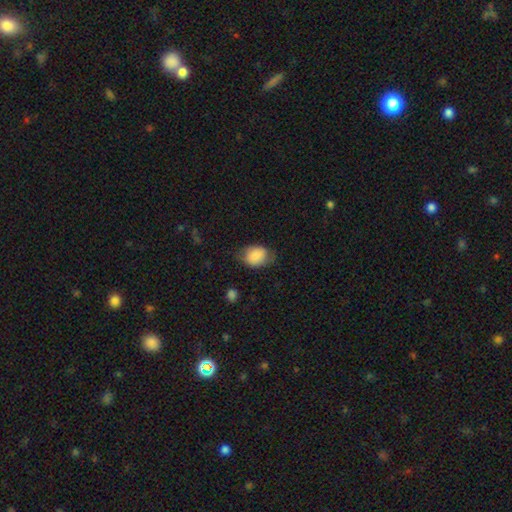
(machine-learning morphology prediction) A smooth galaxy with no disk features (85%) that is in between round and cigar-shaped (61%). Merging: none (65%).